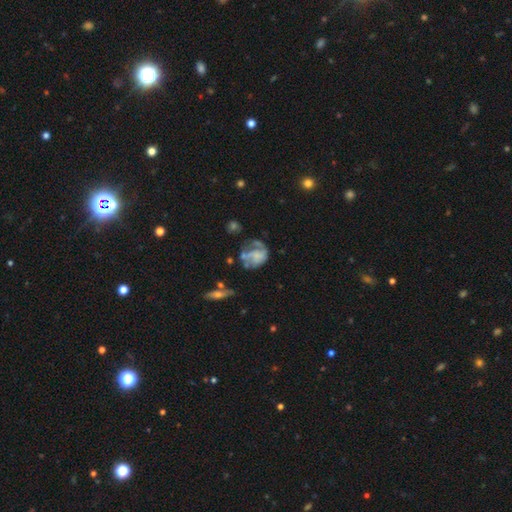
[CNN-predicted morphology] This appears to be a featured or disk galaxy (57%) with no bar (79%), no spiral arms (54%) and no central bulge (60%). Merging: none (35%).